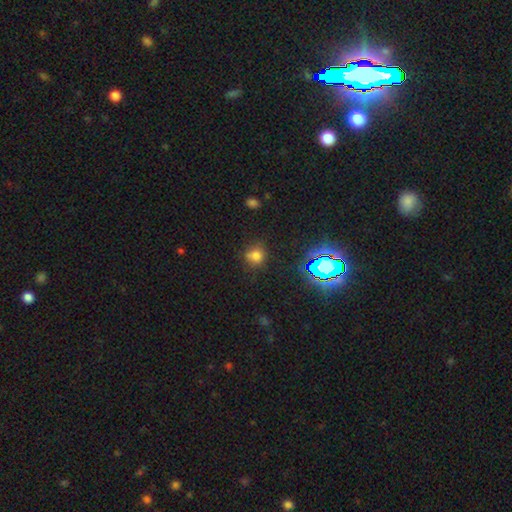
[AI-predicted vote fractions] Smooth or featured? smooth (69%)
How rounded? round (80%)
Merging? none (71%)